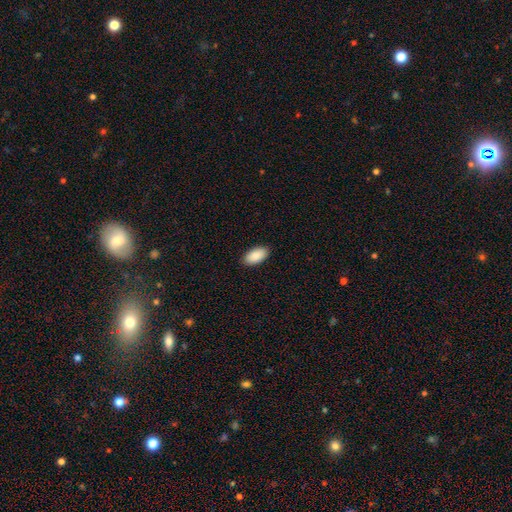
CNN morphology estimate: Overall: smooth (89%). How rounded: in between (95%). Merging: none (90%).